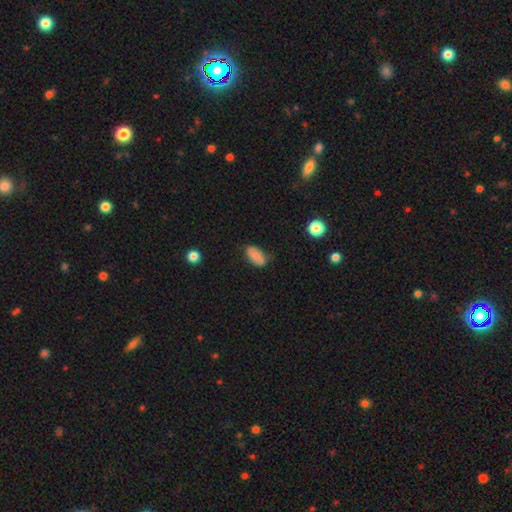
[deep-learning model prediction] Smooth or featured?
  - smooth: 76% *
  - featured or disk: 15%
  - star or artifact: 8%
How rounded?
  - in between: 92% *
  - round: 5%
  - cigar-shaped: 3%
Merging?
  - none: 68% *
  - minor disturbance: 25%
  - major disturbance: 5%
  - merger: 2%